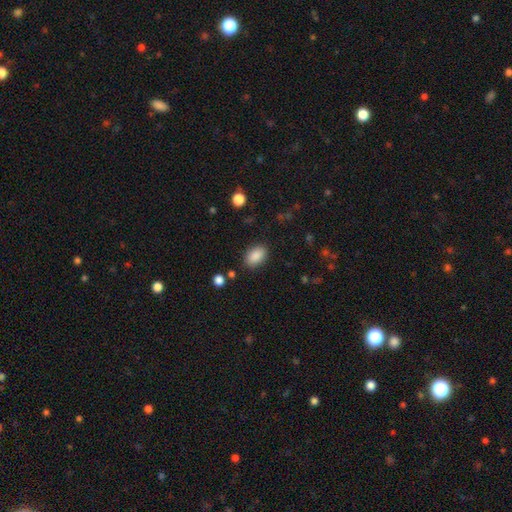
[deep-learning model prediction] Smooth or featured?
  - smooth: 89% *
  - star or artifact: 8%
  - featured or disk: 4%
How rounded?
  - in between: 89% *
  - round: 10%
  - cigar-shaped: 1%
Merging?
  - none: 86% *
  - minor disturbance: 10%
  - major disturbance: 3%
  - merger: 2%